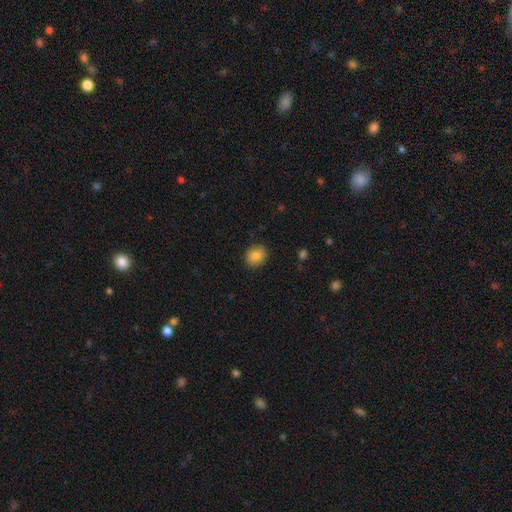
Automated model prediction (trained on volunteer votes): This is clearly a smooth galaxy (83%). How rounded: likely round (64%). Merging: clearly none (88%).